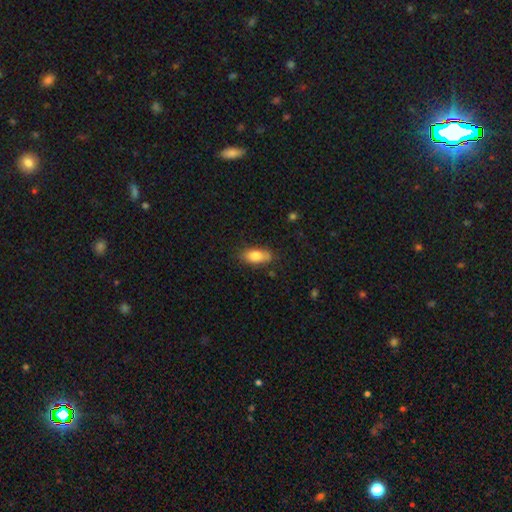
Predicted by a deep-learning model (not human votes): A smooth galaxy with no disk features (80%) that is in between round and cigar-shaped (86%).

Vote fractions:
- Smooth or featured? smooth: 80% / featured or disk: 13% / star or artifact: 7%
- How rounded? in between: 86% / cigar-shaped: 11% / round: 4%
- Merging? none: 73% / minor disturbance: 20% / major disturbance: 4% / merger: 2%